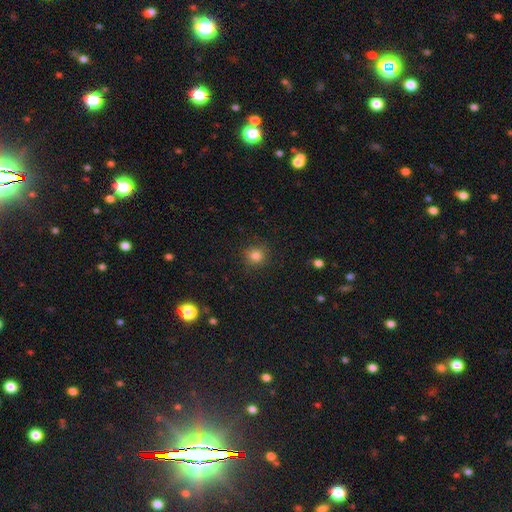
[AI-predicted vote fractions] Morphology: type=smooth (83%); roundness=round (90%); merging=none (88%).